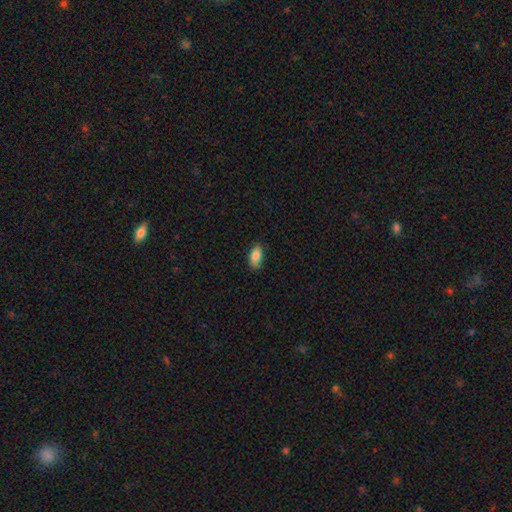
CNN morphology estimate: Smooth or featured? smooth (84%)
How rounded? in between (90%)
Merging? none (79%)